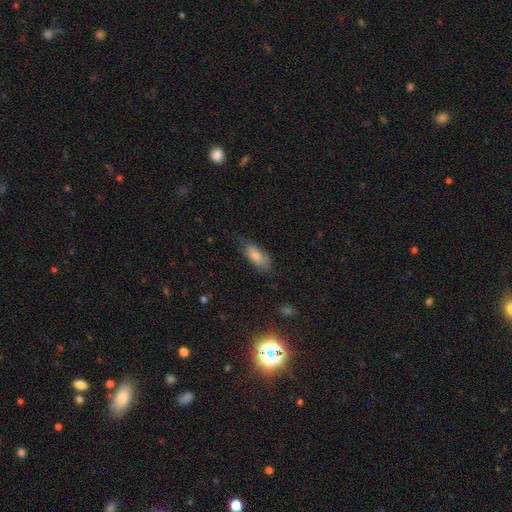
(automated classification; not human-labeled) Overall: smooth (80%). How rounded: in between (83%). Merging: none (66%).